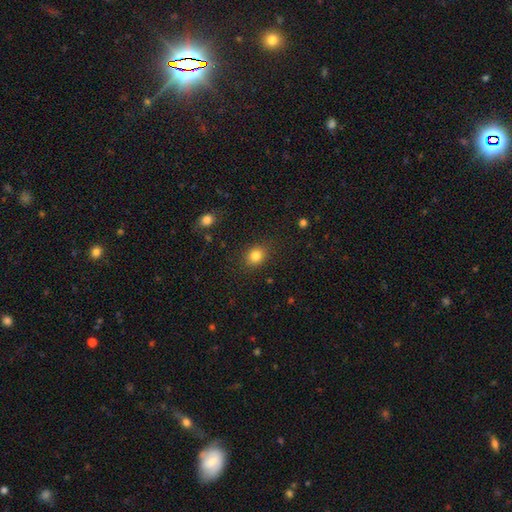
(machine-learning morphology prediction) Smooth or featured: smooth — 83% (star or artifact — 11%)
How rounded: round — 59% (in between — 40%)
Merging: none — 87% (minor disturbance — 9%)